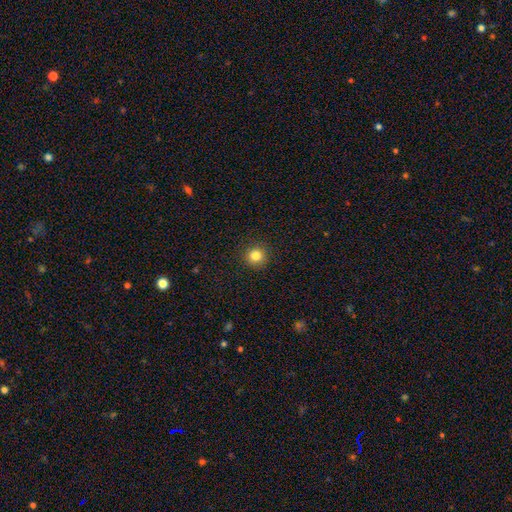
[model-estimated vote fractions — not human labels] Smooth or featured: smooth — 83% (star or artifact — 12%)
How rounded: round — 94% (in between — 5%)
Merging: none — 91% (minor disturbance — 6%)